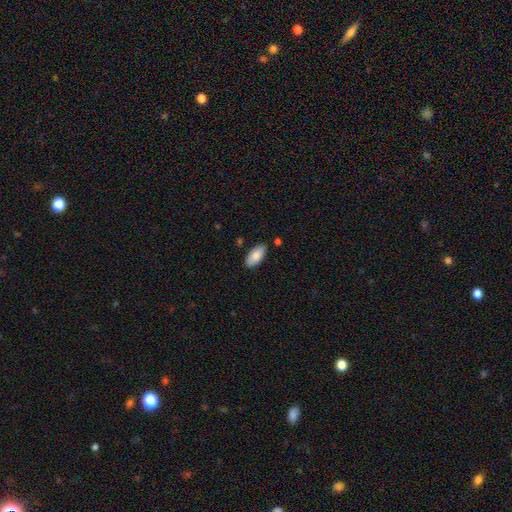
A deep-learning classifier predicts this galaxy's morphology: Q: Smooth or featured?
A: smooth (85%); runner-up: featured or disk (9%)
Q: How rounded?
A: in between (91%); runner-up: cigar-shaped (7%)
Q: Merging?
A: none (84%); runner-up: minor disturbance (11%)